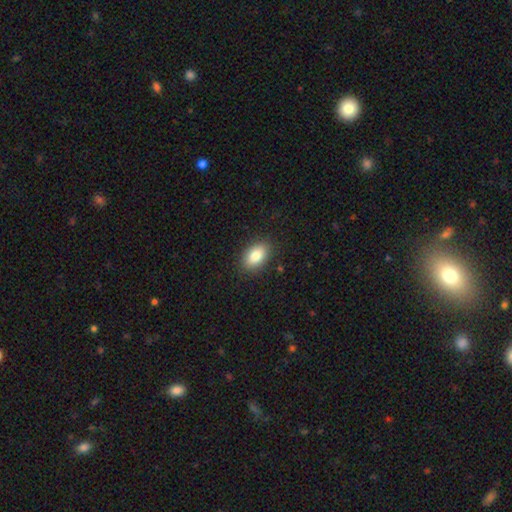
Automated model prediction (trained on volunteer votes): smooth 83%, featured or disk 9%, star or artifact 8%. Down the decision tree: how rounded — in between (90%); merging — none (87%).